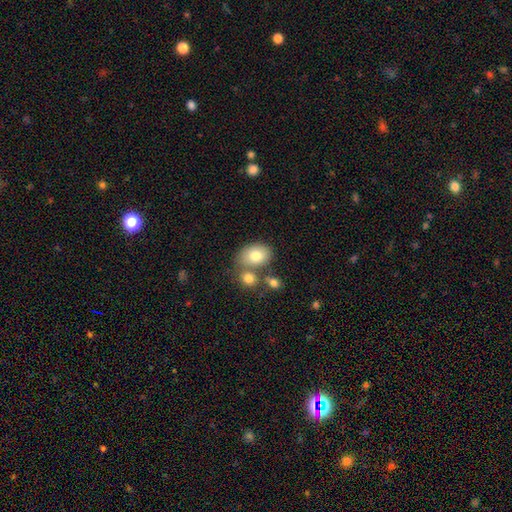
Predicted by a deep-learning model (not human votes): A smooth galaxy with no disk features (77%) that is in between round and cigar-shaped (73%). Merging: none (54%).